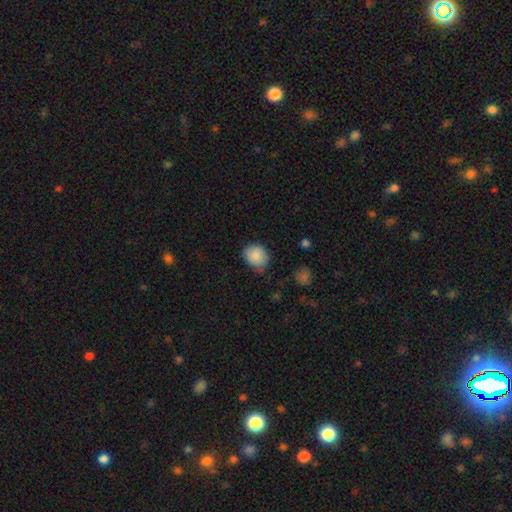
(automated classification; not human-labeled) Overall: smooth (87%). How rounded: round (59%; in between 40%). Merging: none (65%; minor disturbance 28%).